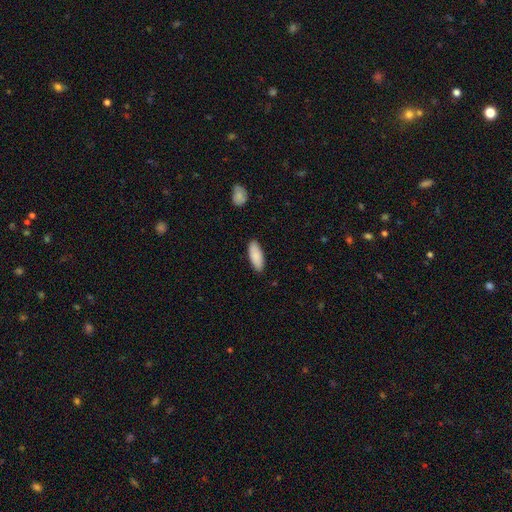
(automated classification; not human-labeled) smooth 89%, star or artifact 6%, featured or disk 5%. Down the decision tree: how rounded — in between (73%); merging — none (88%).